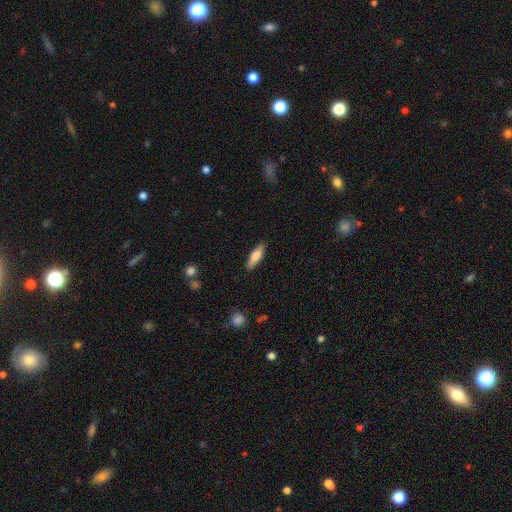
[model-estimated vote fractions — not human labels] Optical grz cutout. It shows a smooth galaxy with no disk features (69%) that is cigar-shaped (56%). Merging: none (87%).